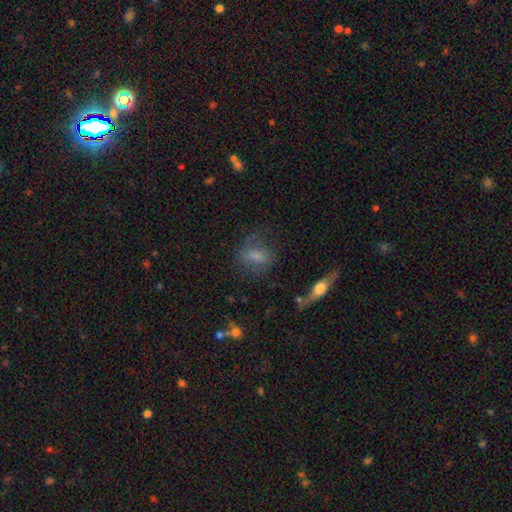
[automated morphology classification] Smooth or featured?
  - smooth: 62% *
  - featured or disk: 25%
  - star or artifact: 13%
How rounded?
  - in between: 68% *
  - round: 27%
  - cigar-shaped: 5%
Merging?
  - none: 58% *
  - minor disturbance: 23%
  - major disturbance: 16%
  - merger: 3%